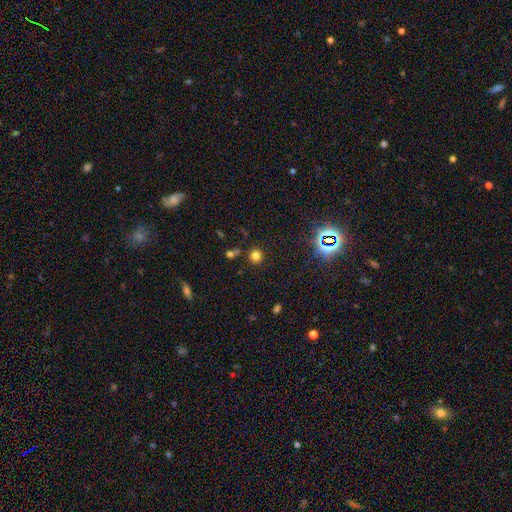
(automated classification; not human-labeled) Smooth or featured?
  - smooth: 74% *
  - star or artifact: 20%
  - featured or disk: 6%
How rounded?
  - round: 90% *
  - in between: 9%
  - cigar-shaped: 1%
Merging?
  - none: 83% *
  - minor disturbance: 8%
  - merger: 7%
  - major disturbance: 3%